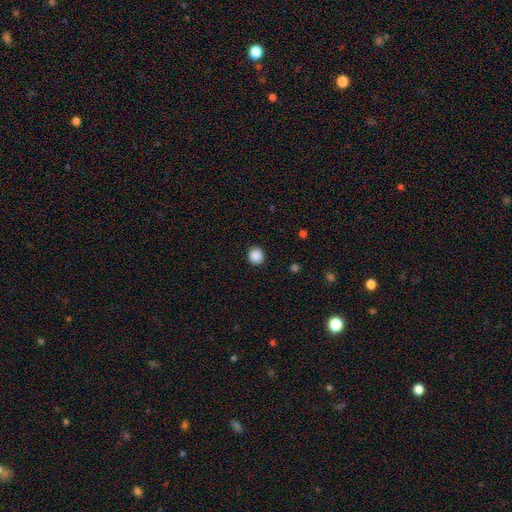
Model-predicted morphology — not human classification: Overall: smooth (88%). How rounded: round (90%). Merging: none (91%).